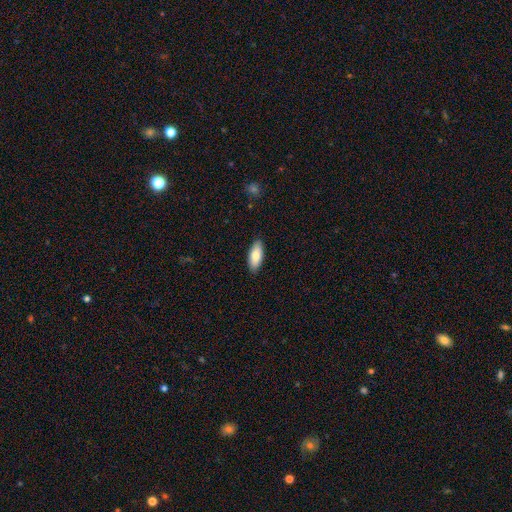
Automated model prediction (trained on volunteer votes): A smooth galaxy with no disk features (81%) that is in between round and cigar-shaped (83%). Merging: none (88%).